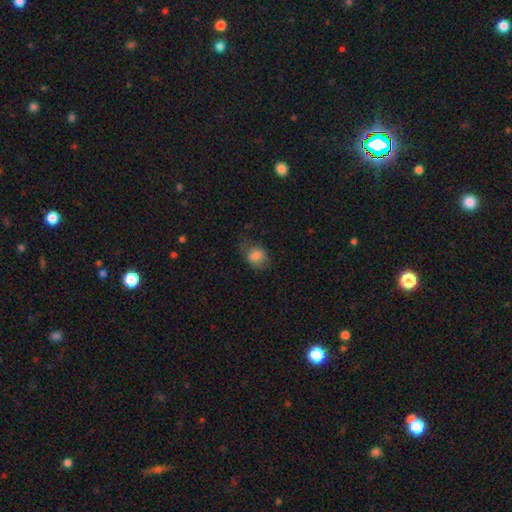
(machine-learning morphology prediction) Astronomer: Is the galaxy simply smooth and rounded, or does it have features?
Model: smooth — 80%.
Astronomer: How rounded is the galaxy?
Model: in between — 56% (runner-up: round, 43%).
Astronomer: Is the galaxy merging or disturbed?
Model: none — 54%.